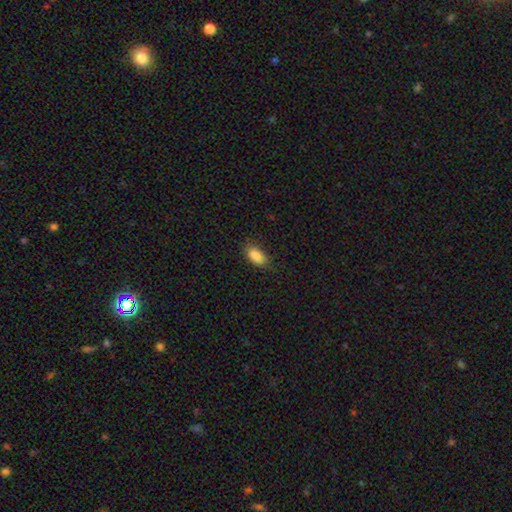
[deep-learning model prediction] Morphology: type=smooth (88%); roundness=in between (90%); merging=none (79%).